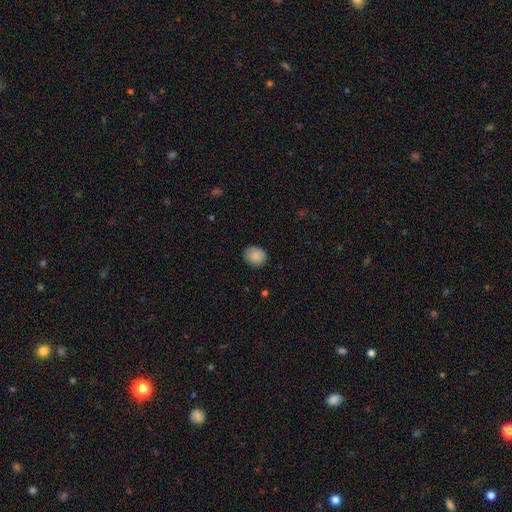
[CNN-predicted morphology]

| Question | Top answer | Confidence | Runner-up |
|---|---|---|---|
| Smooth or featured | smooth | 88% | star or artifact (8%) |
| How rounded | round | 67% | in between (32%) |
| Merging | none | 86% | minor disturbance (11%) |